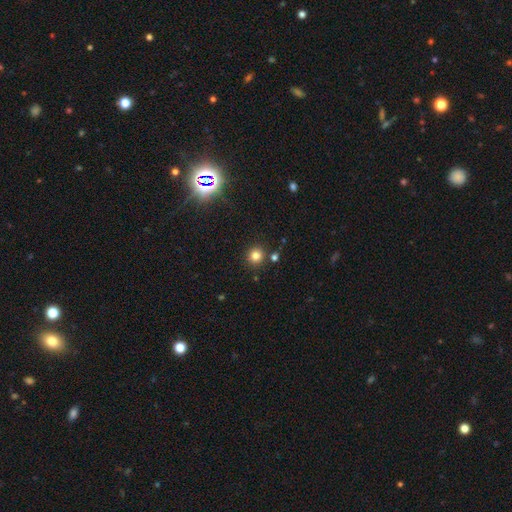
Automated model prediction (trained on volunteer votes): Smooth or featured? smooth (79%)
How rounded? round (92%)
Merging? none (85%)